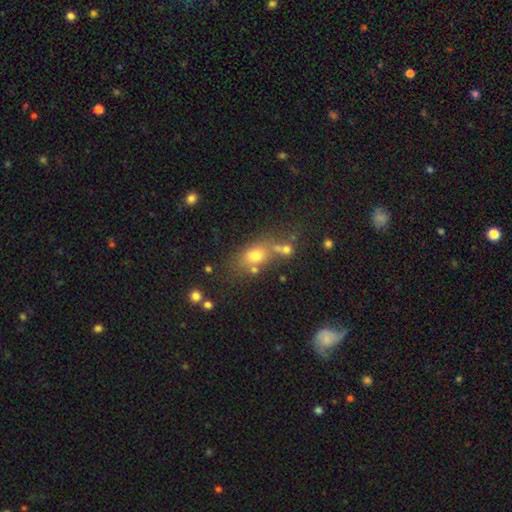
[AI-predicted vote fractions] Smooth or featured? Predicted: smooth (p=0.71). How rounded? Predicted: in between (p=0.68). Merging? Predicted: none (p=0.53).